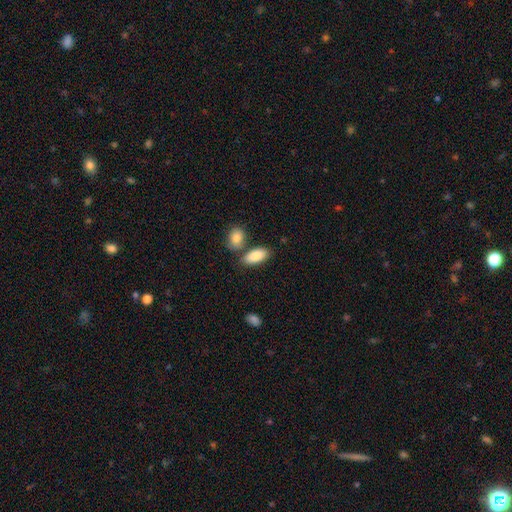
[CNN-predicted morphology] Overall: smooth (86%). How rounded: in between (91%). Merging: none (64%).